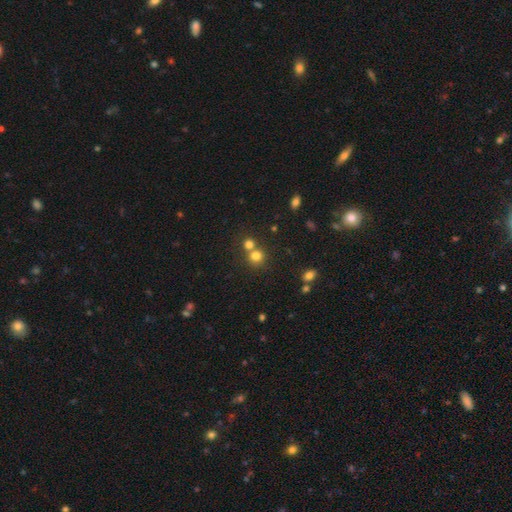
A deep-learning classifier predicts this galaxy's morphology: A smooth galaxy with no disk features (76%) that is round (86%).

Vote fractions:
- Smooth or featured? smooth: 76% / star or artifact: 16% / featured or disk: 8%
- How rounded? round: 86% / in between: 13% / cigar-shaped: 1%
- Merging? none: 53% / merger: 38% / minor disturbance: 6% / major disturbance: 3%